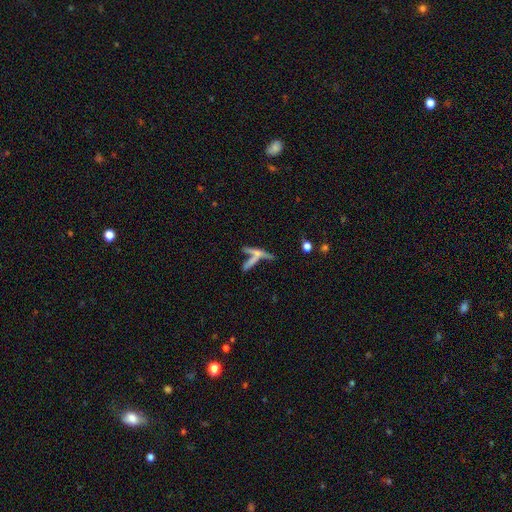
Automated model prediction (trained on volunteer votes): This appears to be a featured or disk galaxy (45%). Merging: merger (42%).